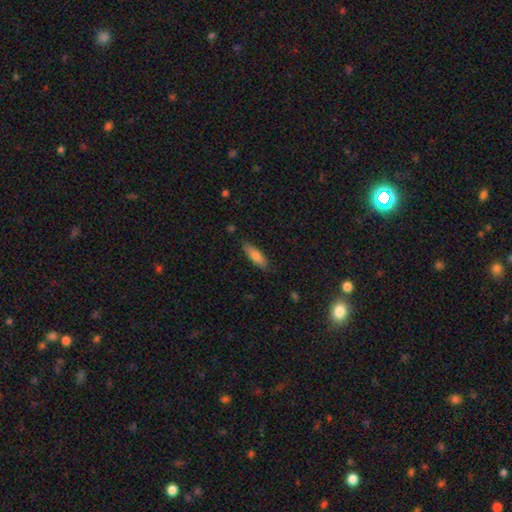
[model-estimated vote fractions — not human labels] Smooth or featured?
  - smooth: 78% *
  - featured or disk: 16%
  - star or artifact: 6%
How rounded?
  - cigar-shaped: 52% *
  - in between: 46%
  - round: 2%
Merging?
  - none: 84% *
  - minor disturbance: 13%
  - major disturbance: 2%
  - merger: 1%